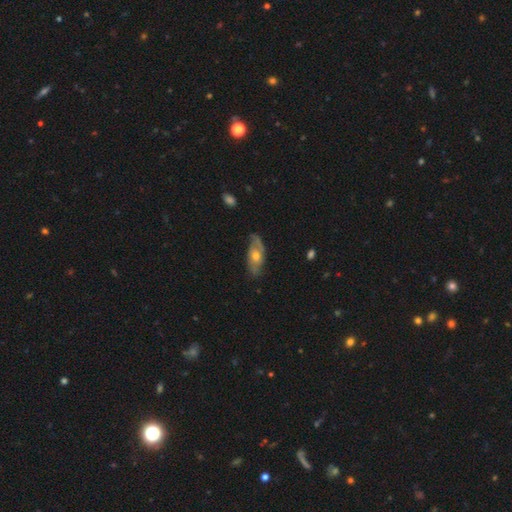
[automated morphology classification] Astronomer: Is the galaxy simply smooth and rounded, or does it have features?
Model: featured or disk — 59% (runner-up: smooth, 35%).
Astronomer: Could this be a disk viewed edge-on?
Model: no — 80%.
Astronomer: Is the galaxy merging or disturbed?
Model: none — 67%.